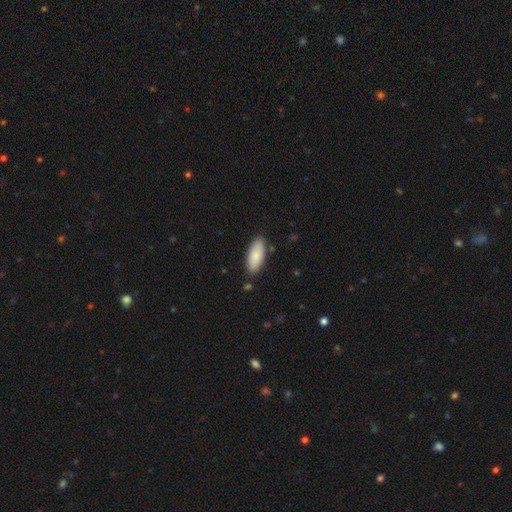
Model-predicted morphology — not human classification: Smooth or featured?
  - smooth: 84% *
  - featured or disk: 10%
  - star or artifact: 6%
How rounded?
  - in between: 84% *
  - cigar-shaped: 15%
  - round: 2%
Merging?
  - none: 84% *
  - minor disturbance: 11%
  - merger: 2%
  - major disturbance: 2%